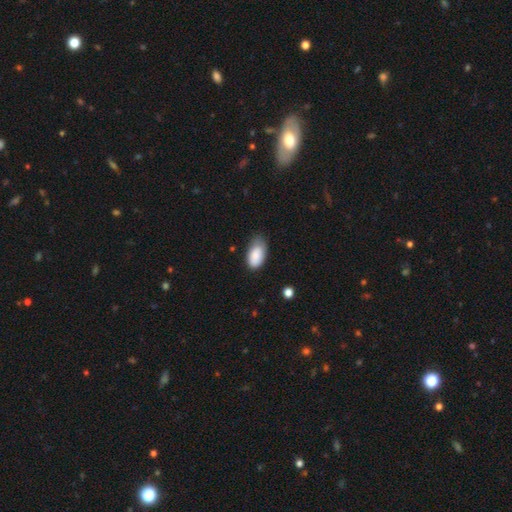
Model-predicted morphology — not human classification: This is clearly a smooth galaxy (85%). How rounded: clearly in between (94%). Merging: possibly none (53%).